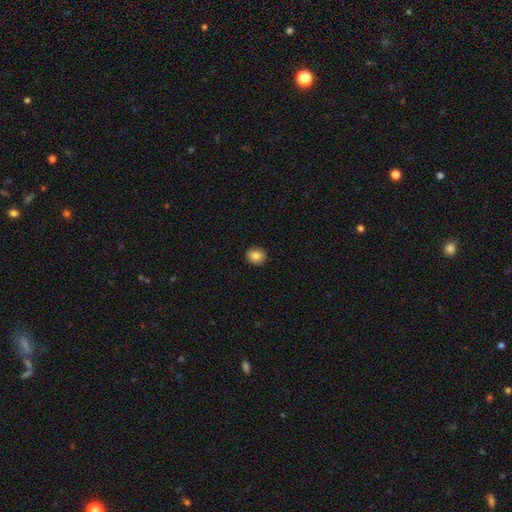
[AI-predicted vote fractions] Smooth or featured?
  - smooth: 84% *
  - star or artifact: 9%
  - featured or disk: 6%
How rounded?
  - round: 69% *
  - in between: 30%
  - cigar-shaped: 1%
Merging?
  - none: 91% *
  - minor disturbance: 6%
  - major disturbance: 2%
  - merger: 1%